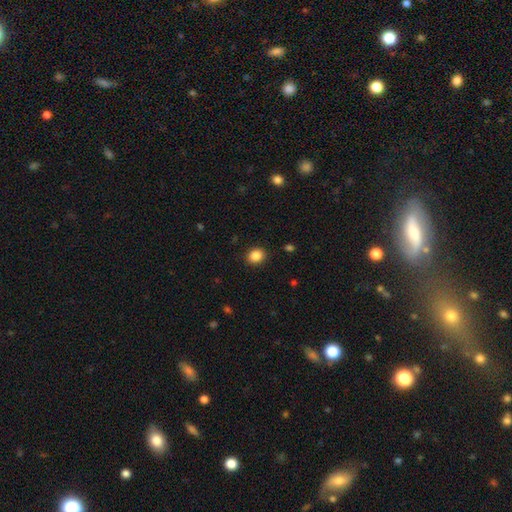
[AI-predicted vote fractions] Smooth or featured?
  - smooth: 86% *
  - star or artifact: 10%
  - featured or disk: 4%
How rounded?
  - round: 60% *
  - in between: 39%
  - cigar-shaped: 1%
Merging?
  - none: 90% *
  - minor disturbance: 7%
  - major disturbance: 2%
  - merger: 1%